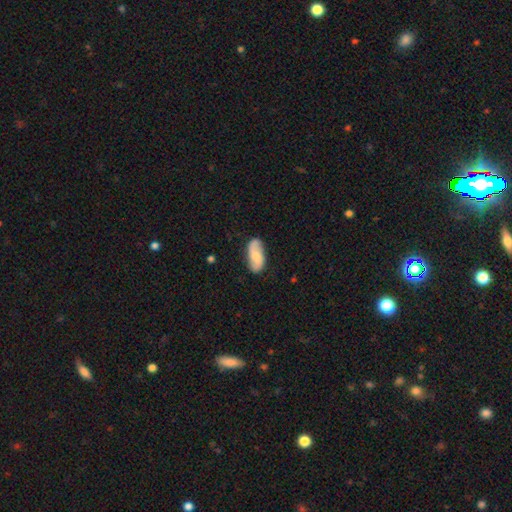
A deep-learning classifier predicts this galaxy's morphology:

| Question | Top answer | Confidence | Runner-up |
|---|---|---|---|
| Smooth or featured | smooth | 49% | featured or disk (44%) |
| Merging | none | 79% | minor disturbance (16%) |